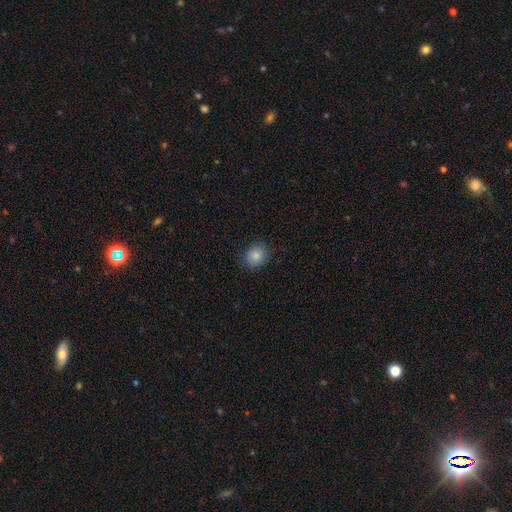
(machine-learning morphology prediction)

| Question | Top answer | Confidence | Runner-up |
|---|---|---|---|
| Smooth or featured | smooth | 85% | star or artifact (10%) |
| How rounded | round | 70% | in between (29%) |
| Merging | none | 85% | minor disturbance (11%) |